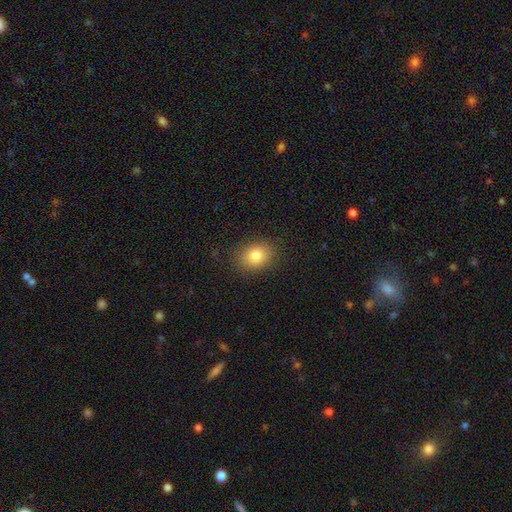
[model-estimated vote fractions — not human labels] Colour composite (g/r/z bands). It shows a smooth galaxy with no disk features (81%) that is in between round and cigar-shaped (54%). Merging: none (85%).